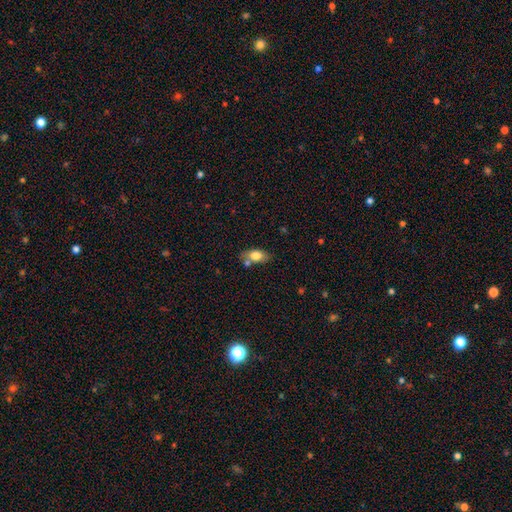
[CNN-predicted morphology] The model was most divided on "merging": none: 62%, merger: 17%, minor disturbance: 16%, major disturbance: 4%. More confident: how rounded — in between (88%); smooth or featured — smooth (77%).